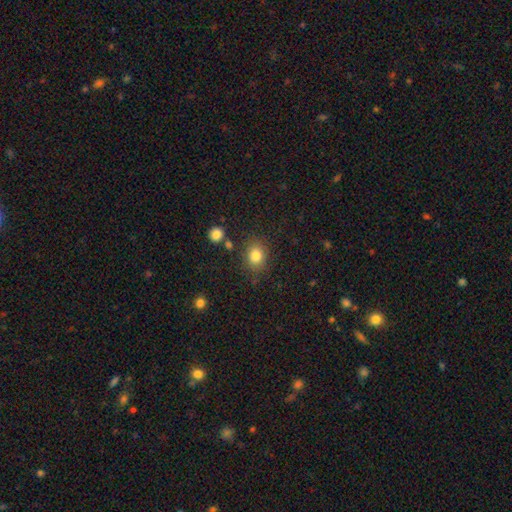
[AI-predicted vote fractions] smooth-or-featured: smooth: 83% | star or artifact: 11% | featured or disk: 6%
  how-rounded: round: 54% | in between: 45% | cigar-shaped: 1%
  merging: none: 81% | minor disturbance: 11% | major disturbance: 4% | merger: 4%